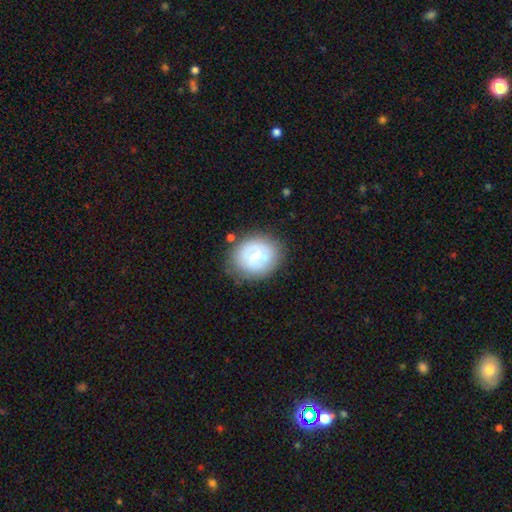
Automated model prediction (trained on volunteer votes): The model was most divided on "smooth or featured": smooth: 49%, featured or disk: 43%, star or artifact: 8%. More confident: merging — none (73%).